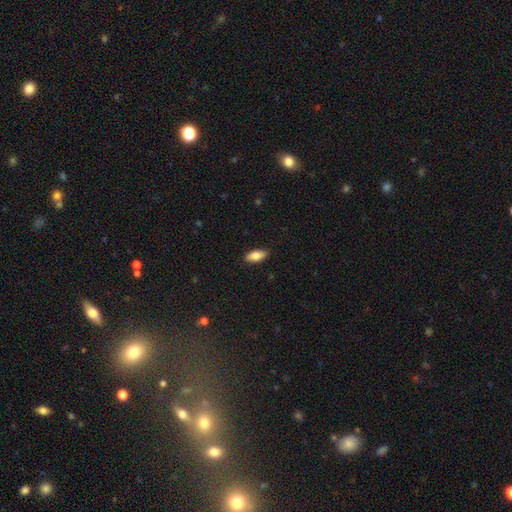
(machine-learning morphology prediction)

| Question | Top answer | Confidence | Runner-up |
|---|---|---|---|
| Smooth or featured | smooth | 80% | featured or disk (14%) |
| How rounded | in between | 87% | cigar-shaped (11%) |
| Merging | none | 87% | minor disturbance (10%) |